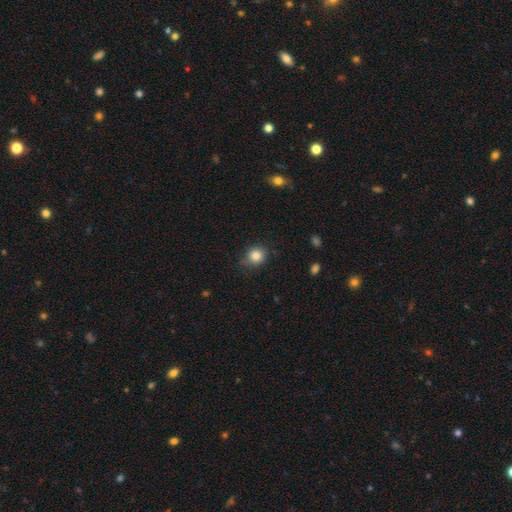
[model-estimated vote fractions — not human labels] Smooth or featured: smooth — 83% (star or artifact — 11%)
How rounded: round — 83% (in between — 16%)
Merging: none — 77% (minor disturbance — 18%)